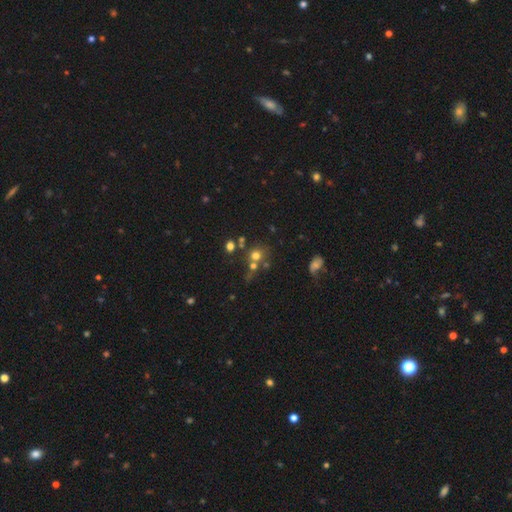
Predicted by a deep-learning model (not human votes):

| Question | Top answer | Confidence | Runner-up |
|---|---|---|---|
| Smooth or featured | smooth | 62% | star or artifact (22%) |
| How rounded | round | 83% | in between (16%) |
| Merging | none | 49% | merger (35%) |